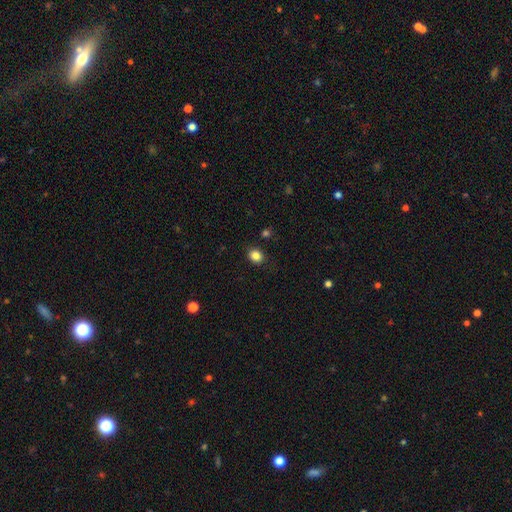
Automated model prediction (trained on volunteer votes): Smooth or featured?
  - smooth: 85% *
  - star or artifact: 11%
  - featured or disk: 4%
How rounded?
  - round: 57% *
  - in between: 42%
  - cigar-shaped: 1%
Merging?
  - none: 86% *
  - minor disturbance: 9%
  - major disturbance: 3%
  - merger: 2%